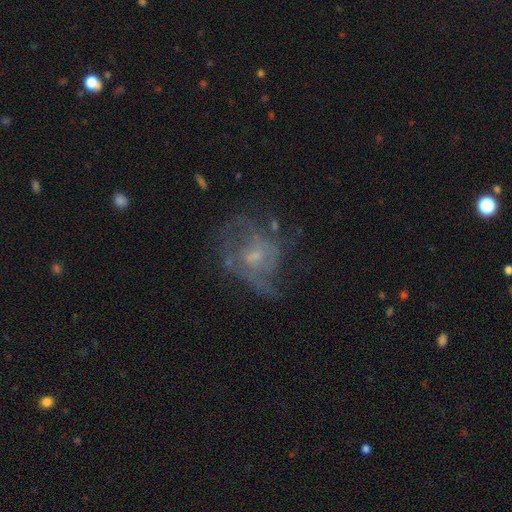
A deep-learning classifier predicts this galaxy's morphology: A featured or disk galaxy (69%) with no bar (68%), spiral arms (65%) and a small central bulge (52%).

Vote fractions:
- Smooth or featured? featured or disk: 69% / smooth: 19% / star or artifact: 12%
- Edge-on disk? no: 97% / yes: 3%
- Bar? no: 68% / weak: 28% / strong: 4%
- Spiral arms? yes: 65% / no: 35%
- Bulge size? small: 52% / moderate: 32% / none: 13% / large: 2% / dominant: 1%
- Merging? none: 45% / major disturbance: 30% / minor disturbance: 21% / merger: 3%